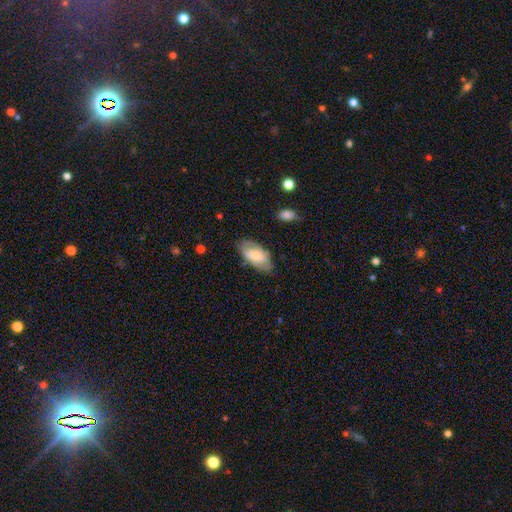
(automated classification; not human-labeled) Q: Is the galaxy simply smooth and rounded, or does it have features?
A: smooth — 60%.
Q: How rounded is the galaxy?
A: in between — 93%.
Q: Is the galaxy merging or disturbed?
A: none — 72%.